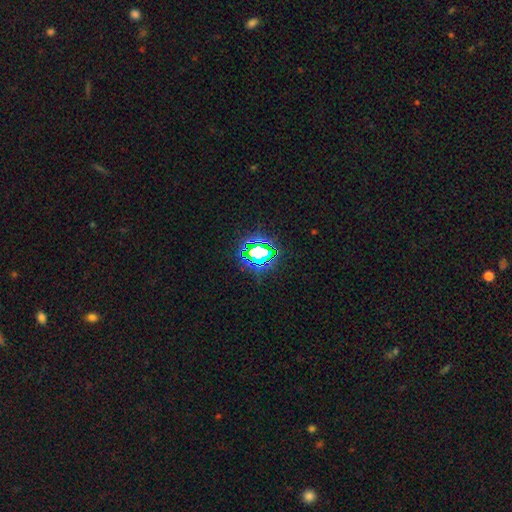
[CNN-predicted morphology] The model was most divided on "smooth or featured": star or artifact: 67%, smooth: 21%, featured or disk: 13%.